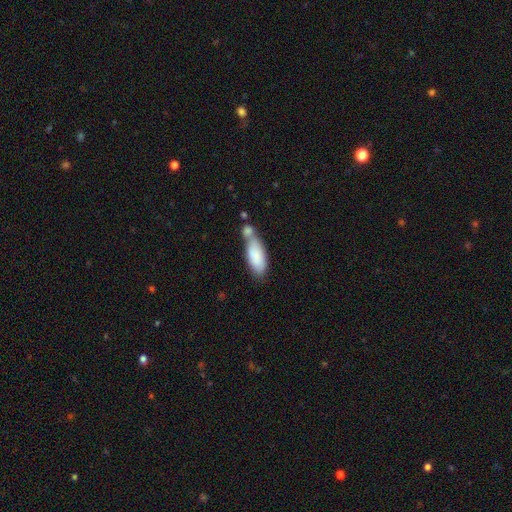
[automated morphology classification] Smooth or featured? smooth (82%)
How rounded? in between (76%)
Merging? merger (47%)